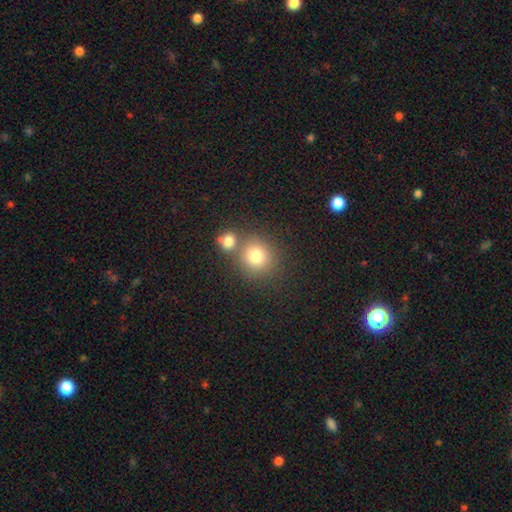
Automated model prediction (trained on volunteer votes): Smooth or featured?
  - smooth: 78% *
  - star or artifact: 12%
  - featured or disk: 10%
How rounded?
  - round: 87% *
  - in between: 12%
  - cigar-shaped: 1%
Merging?
  - none: 59% *
  - merger: 28%
  - minor disturbance: 9%
  - major disturbance: 4%